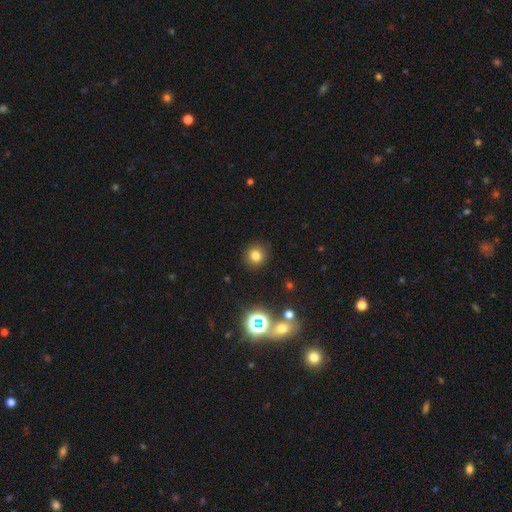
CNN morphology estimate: Smooth or featured: smooth — 77% (star or artifact — 17%)
How rounded: round — 89% (in between — 10%)
Merging: none — 90% (minor disturbance — 6%)